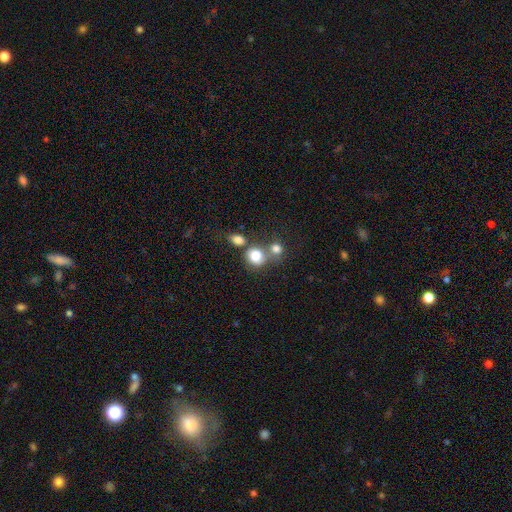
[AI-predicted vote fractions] smooth-or-featured: smooth: 78% | star or artifact: 11% | featured or disk: 11%
  how-rounded: round: 71% | in between: 28% | cigar-shaped: 1%
  merging: merger: 43% | none: 40% | minor disturbance: 11% | major disturbance: 6%